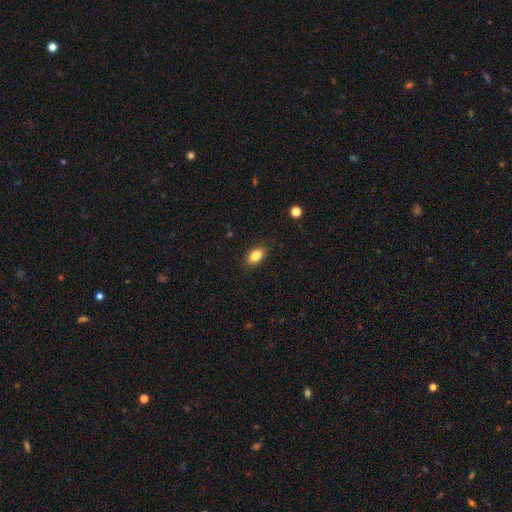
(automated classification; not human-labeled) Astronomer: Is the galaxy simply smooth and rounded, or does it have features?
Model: smooth — 84%.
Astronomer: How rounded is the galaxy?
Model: in between — 89%.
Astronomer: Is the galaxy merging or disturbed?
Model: none — 87%.